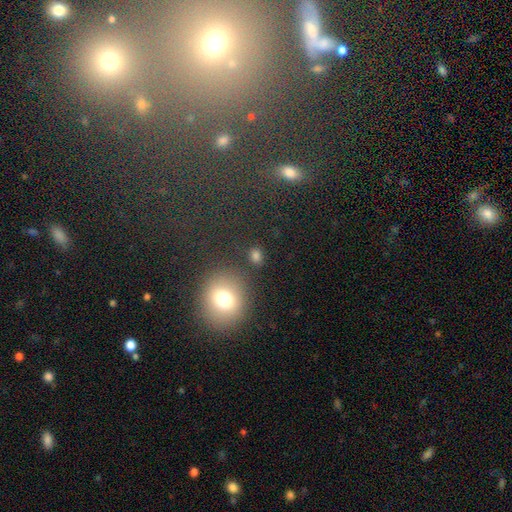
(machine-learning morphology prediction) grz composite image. It shows a smooth galaxy with no disk features (77%) that is round (64%). Merging: none (79%).